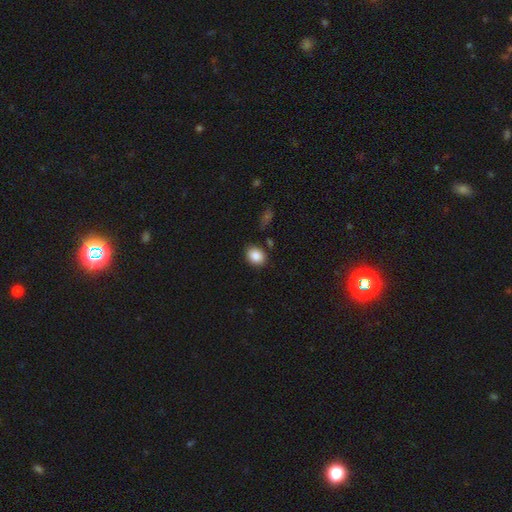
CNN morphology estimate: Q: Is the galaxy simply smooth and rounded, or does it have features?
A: smooth — 86%.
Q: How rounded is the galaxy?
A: in between — 57%.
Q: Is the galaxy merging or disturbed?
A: none — 82%.